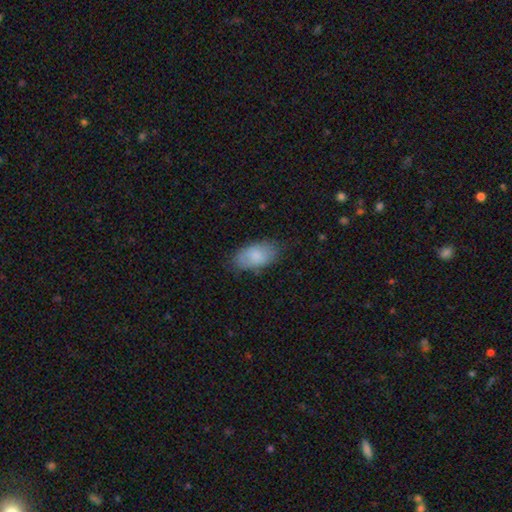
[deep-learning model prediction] Q: Smooth or featured?
A: smooth (82%); runner-up: featured or disk (12%)
Q: How rounded?
A: in between (94%); runner-up: round (4%)
Q: Merging?
A: none (72%); runner-up: minor disturbance (22%)